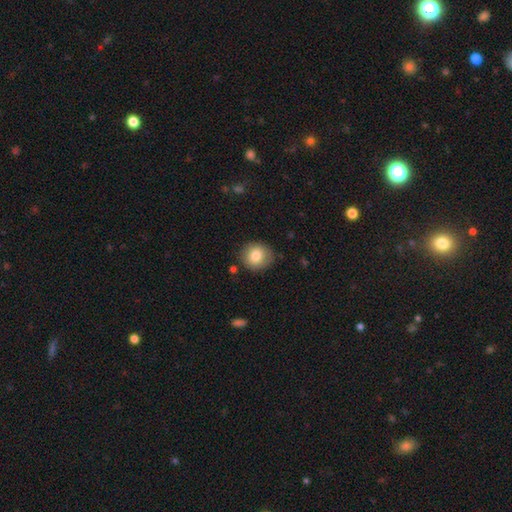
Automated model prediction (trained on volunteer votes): Overall: smooth (82%). How rounded: round (83%). Merging: none (82%).